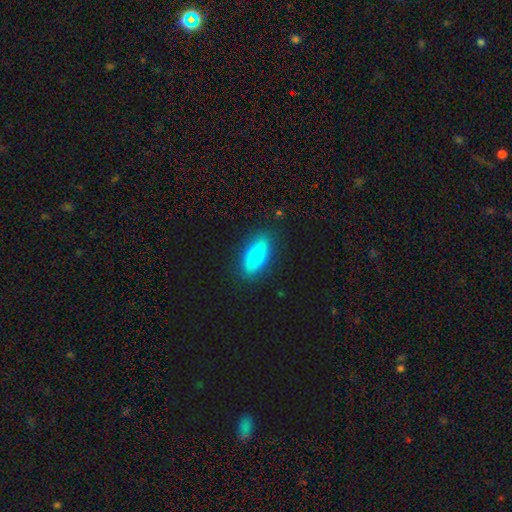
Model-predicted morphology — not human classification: Smooth or featured: smooth — 70% (featured or disk — 23%)
How rounded: in between — 82% (cigar-shaped — 13%)
Merging: none — 85% (minor disturbance — 11%)